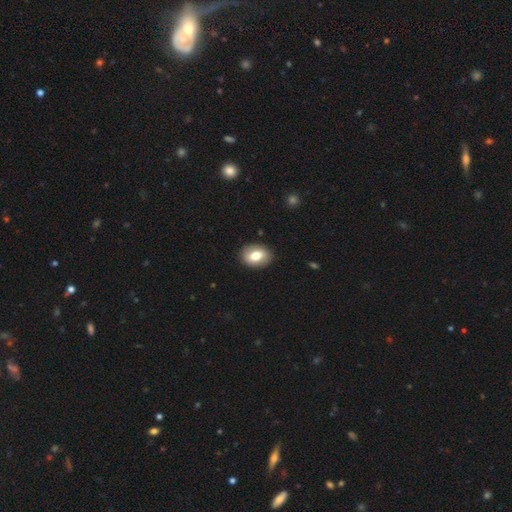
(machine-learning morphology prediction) Smooth or featured? smooth (70%)
How rounded? in between (71%)
Merging? none (88%)